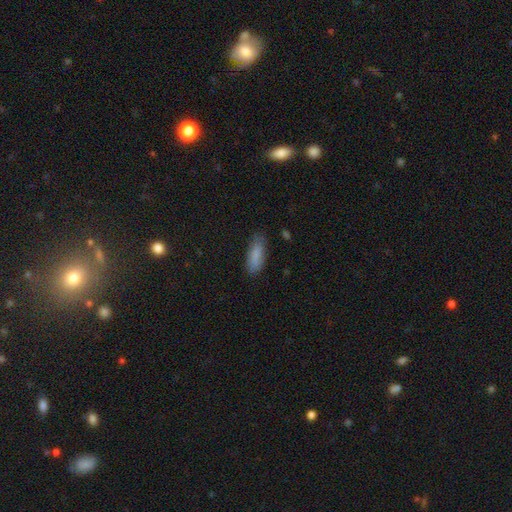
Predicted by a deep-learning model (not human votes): Morphology: type=smooth (86%); roundness=in between (67%); merging=none (77%).